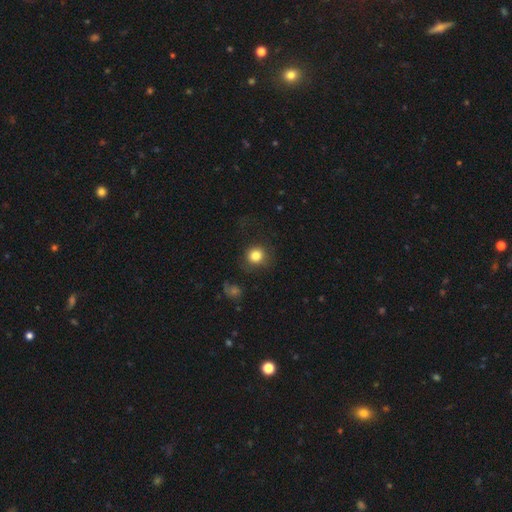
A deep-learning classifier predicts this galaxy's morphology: A smooth galaxy with no disk features (82%) that is round (89%).

Vote fractions:
- Smooth or featured? smooth: 82% / star or artifact: 10% / featured or disk: 7%
- How rounded? round: 89% / in between: 10% / cigar-shaped: 1%
- Merging? none: 74% / minor disturbance: 15% / major disturbance: 9% / merger: 3%